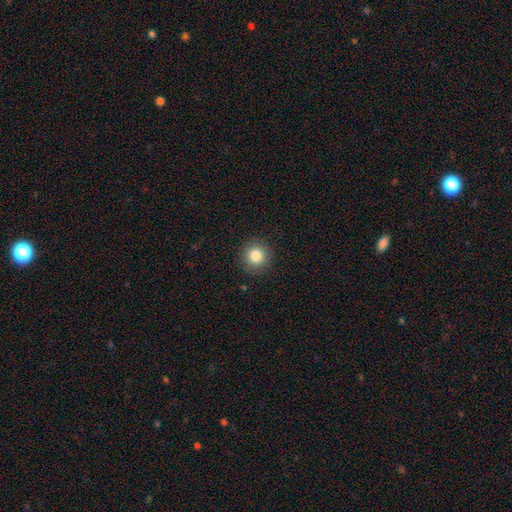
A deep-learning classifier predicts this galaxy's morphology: A smooth galaxy with no disk features (84%) that is round (93%). Merging: none (90%).